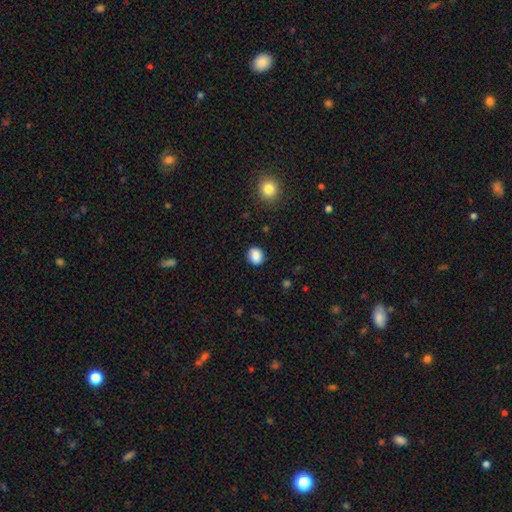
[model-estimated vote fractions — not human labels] This appears to be a smooth galaxy with no disk features (86%) that is round (65%). Merging: none (86%).